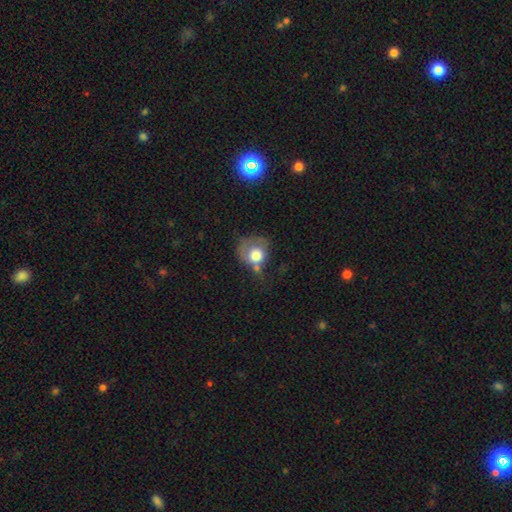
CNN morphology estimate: A smooth galaxy with no disk features (69%) that is round (73%).

Vote fractions:
- Smooth or featured? smooth: 69% / featured or disk: 22% / star or artifact: 9%
- How rounded? round: 73% / in between: 26% / cigar-shaped: 1%
- Merging? major disturbance: 32% / none: 26% / minor disturbance: 24% / merger: 17%